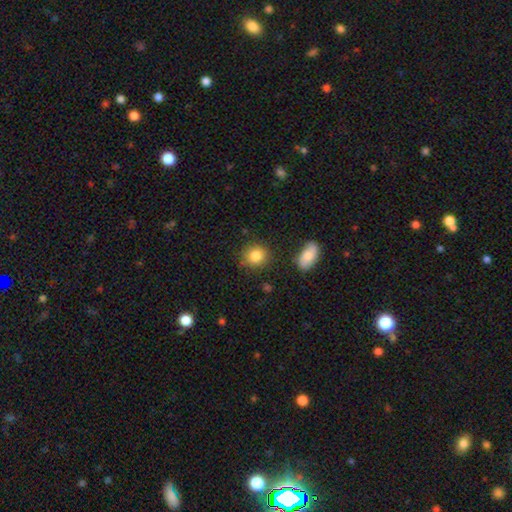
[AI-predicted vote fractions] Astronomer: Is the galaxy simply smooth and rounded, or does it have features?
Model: smooth — 85%.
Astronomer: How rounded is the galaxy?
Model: round — 83%.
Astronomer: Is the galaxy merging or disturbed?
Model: none — 83%.